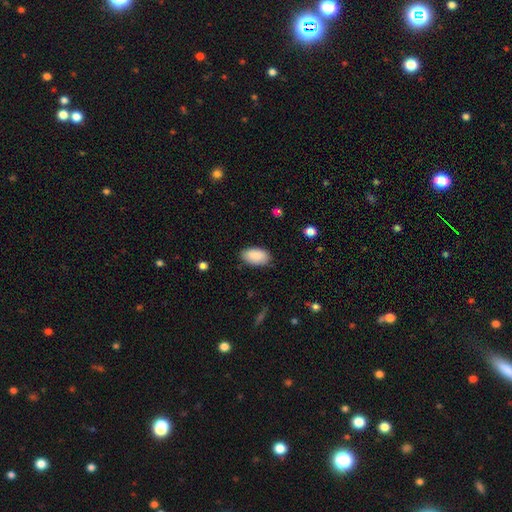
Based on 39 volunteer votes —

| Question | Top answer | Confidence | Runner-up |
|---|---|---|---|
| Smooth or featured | smooth | 87% | star or artifact (10%) |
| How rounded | in between | 94% | round (6%) |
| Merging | none | 86% | minor disturbance (14%) |